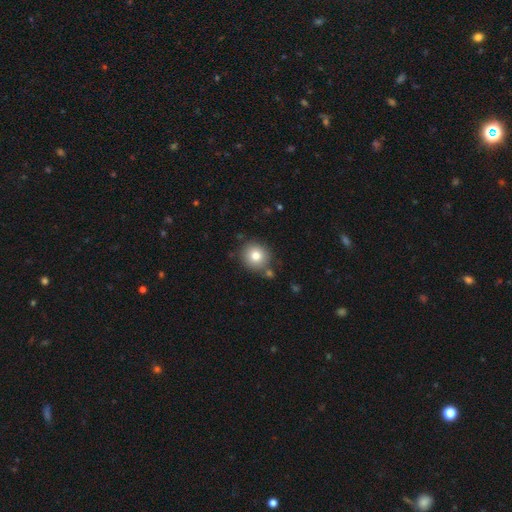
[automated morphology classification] Smooth or featured: smooth — 79% (star or artifact — 11%)
How rounded: round — 90% (in between — 9%)
Merging: none — 79% (minor disturbance — 10%)